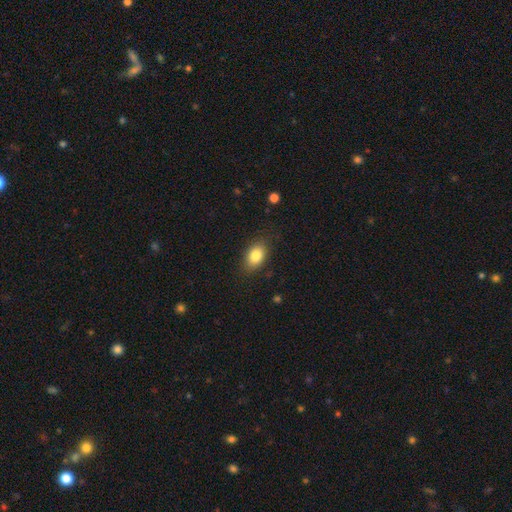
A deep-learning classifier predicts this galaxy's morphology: Smooth or featured?
  - smooth: 83% *
  - featured or disk: 9%
  - star or artifact: 8%
How rounded?
  - in between: 85% *
  - round: 13%
  - cigar-shaped: 2%
Merging?
  - none: 83% *
  - minor disturbance: 13%
  - major disturbance: 3%
  - merger: 1%